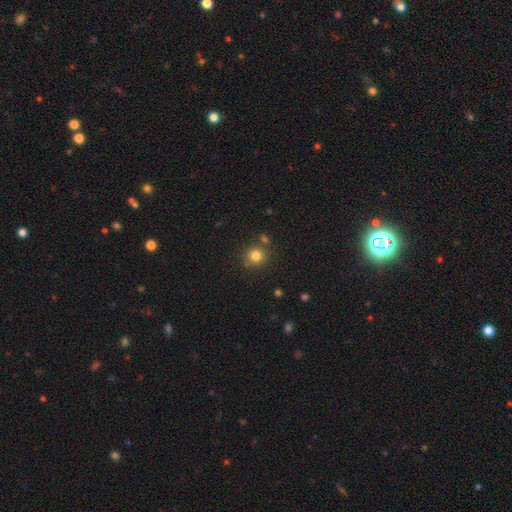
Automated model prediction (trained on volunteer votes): Smooth or featured: smooth — 81% (star or artifact — 13%)
How rounded: round — 92% (in between — 7%)
Merging: none — 80% (merger — 10%)